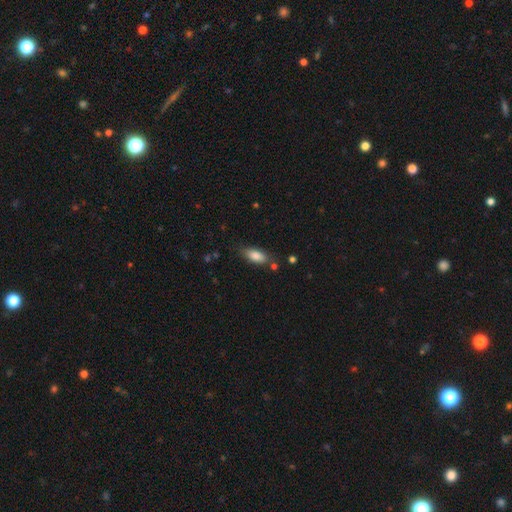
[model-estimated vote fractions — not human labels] A smooth galaxy with no disk features (84%) that is in between round and cigar-shaped (80%). Merging: none (75%).